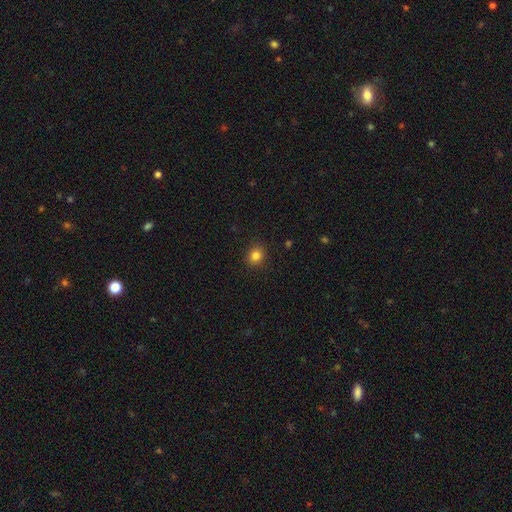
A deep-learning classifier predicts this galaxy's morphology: Smooth or featured? Predicted: smooth (p=0.83). How rounded? Predicted: round (p=0.76). Merging? Predicted: none (p=0.90).